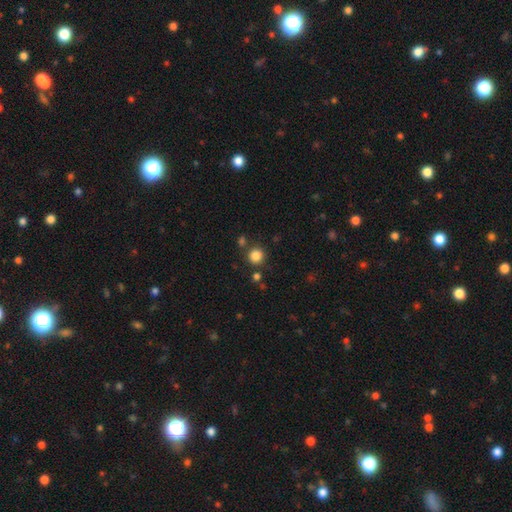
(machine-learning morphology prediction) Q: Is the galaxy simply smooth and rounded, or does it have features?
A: smooth — 84%.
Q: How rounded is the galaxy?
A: round — 92%.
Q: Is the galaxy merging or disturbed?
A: none — 80%.